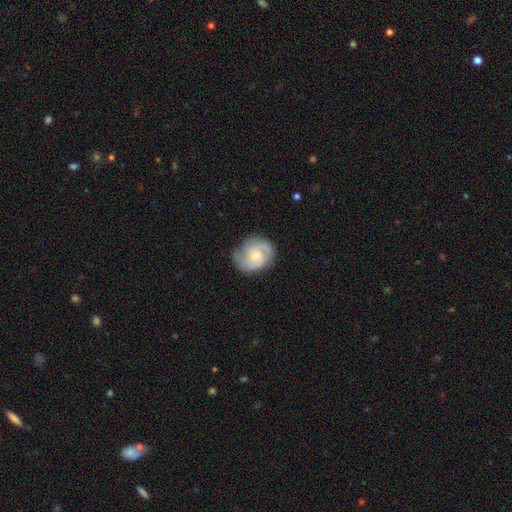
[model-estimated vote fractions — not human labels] Morphology: type=featured or disk (68%); edge-on=no (98%); bar=no (65%); spiral arms=yes (92%); winding=medium (43%); arm count=2 (60%); bulge=small (57%); merging=none (70%).